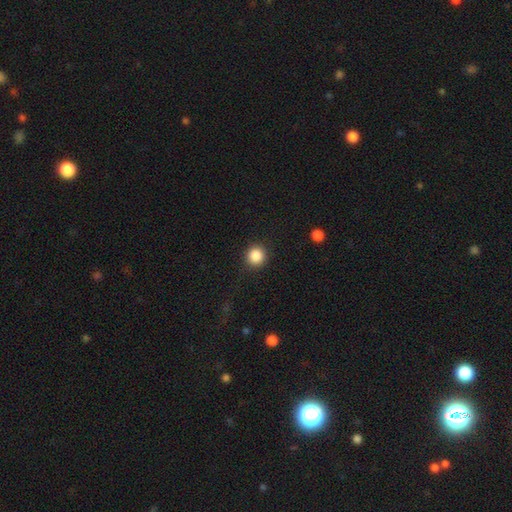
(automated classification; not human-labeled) Overall: smooth (87%). How rounded: round (94%). Merging: none (91%).